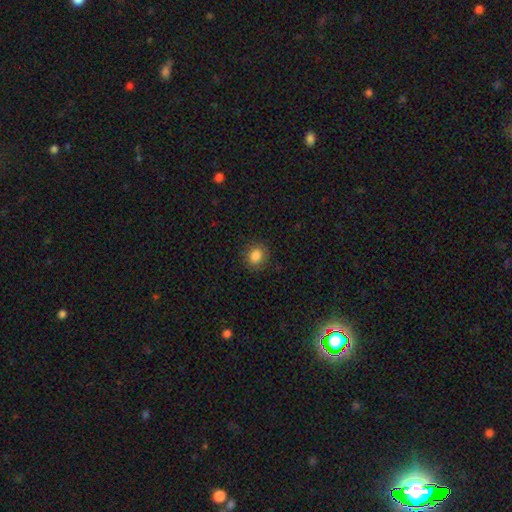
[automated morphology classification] smooth-or-featured: smooth: 85% | star or artifact: 10% | featured or disk: 5%
  how-rounded: round: 72% | in between: 27% | cigar-shaped: 1%
  merging: none: 88% | minor disturbance: 9% | major disturbance: 3% | merger: 1%